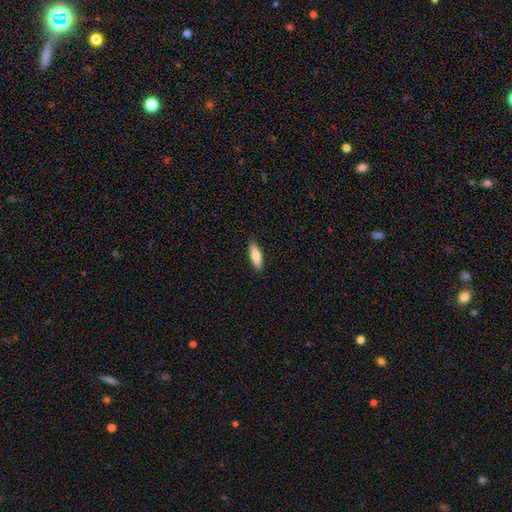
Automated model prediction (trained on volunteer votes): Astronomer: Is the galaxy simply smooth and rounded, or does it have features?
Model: smooth — 76%.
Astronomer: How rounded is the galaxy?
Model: cigar-shaped — 51% (runner-up: in between, 47%).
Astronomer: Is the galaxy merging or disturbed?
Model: none — 89%.